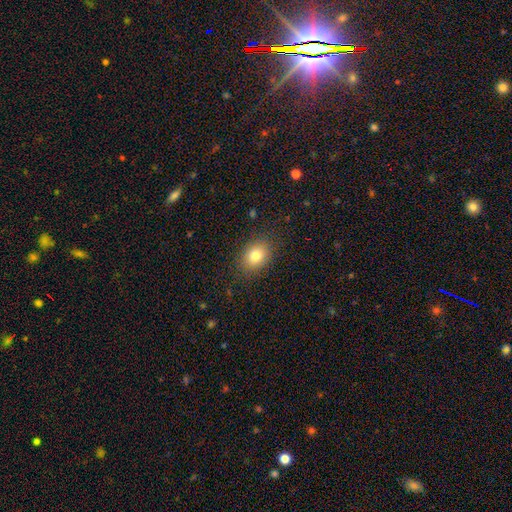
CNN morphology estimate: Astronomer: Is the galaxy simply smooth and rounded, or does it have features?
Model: smooth — 81%.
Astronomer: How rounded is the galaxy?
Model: in between — 65%.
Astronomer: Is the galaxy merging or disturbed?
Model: none — 86%.